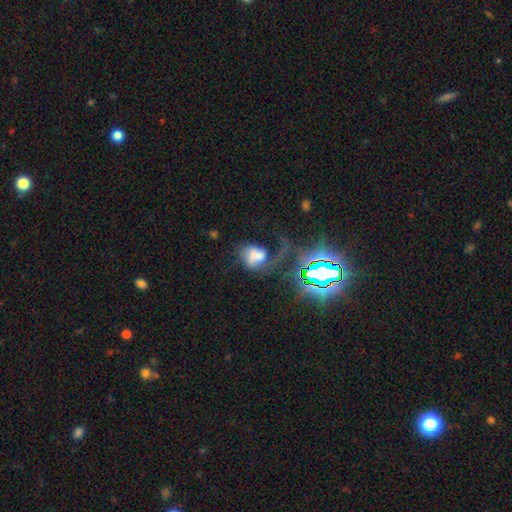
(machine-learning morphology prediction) This appears to be a featured or disk galaxy (43%). Merging: major disturbance (49%).